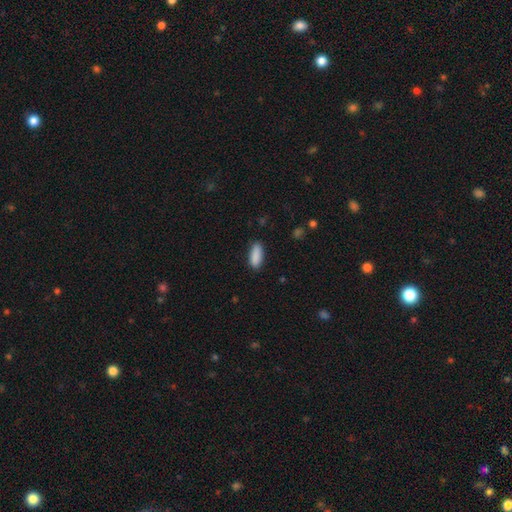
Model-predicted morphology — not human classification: The model was most divided on "how rounded": in between: 69%, cigar-shaped: 29%, round: 2%. More confident: smooth or featured — smooth (90%); merging — none (86%).